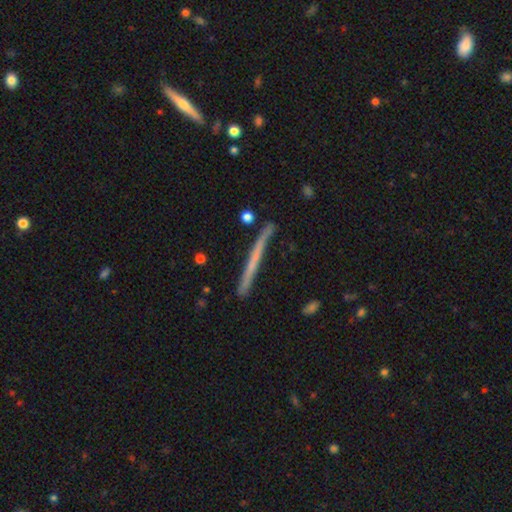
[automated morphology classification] Smooth or featured? featured or disk (54%)
Edge-on disk? yes (97%)
Edge-on bulge? none (85%)
Merging? none (88%)